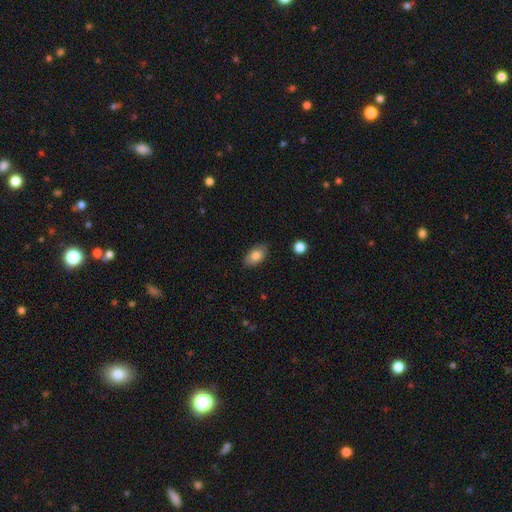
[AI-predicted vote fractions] Smooth or featured?
  - smooth: 82% *
  - featured or disk: 11%
  - star or artifact: 7%
How rounded?
  - in between: 91% *
  - round: 7%
  - cigar-shaped: 2%
Merging?
  - none: 84% *
  - minor disturbance: 12%
  - major disturbance: 2%
  - merger: 1%